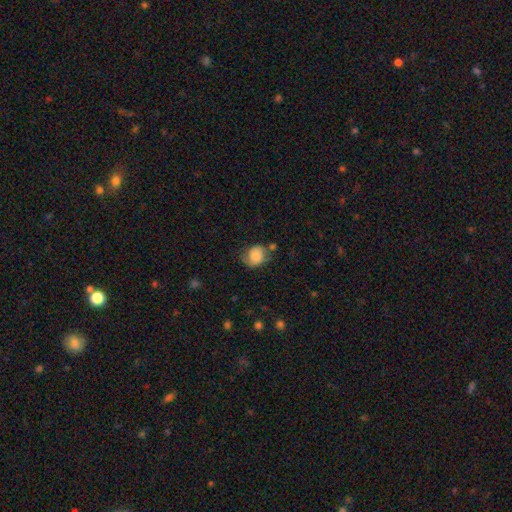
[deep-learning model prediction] Smooth or featured: smooth — 70% (featured or disk — 21%)
How rounded: round — 59% (in between — 40%)
Merging: none — 51% (minor disturbance — 31%)